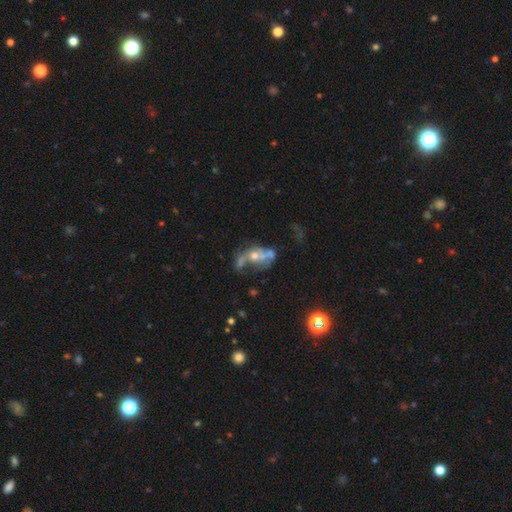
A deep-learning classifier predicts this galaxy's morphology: Smooth or featured? featured or disk (64%)
Edge-on disk? no (92%)
Bar? no (77%)
Spiral arms? no (60%)
Bulge size? moderate (52%)
Merging? none (30%)